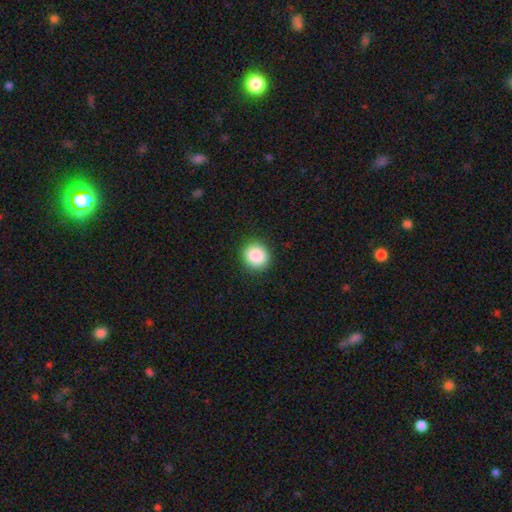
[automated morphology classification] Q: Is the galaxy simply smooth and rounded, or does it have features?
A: smooth — 87%.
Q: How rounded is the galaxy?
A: round — 87%.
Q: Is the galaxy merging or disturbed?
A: none — 91%.